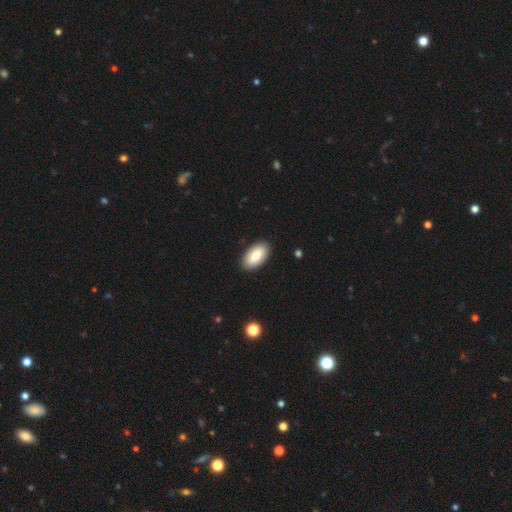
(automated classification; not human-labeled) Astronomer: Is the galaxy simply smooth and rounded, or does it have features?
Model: smooth — 80%.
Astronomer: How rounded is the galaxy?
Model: in between — 95%.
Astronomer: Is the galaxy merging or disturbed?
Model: none — 90%.